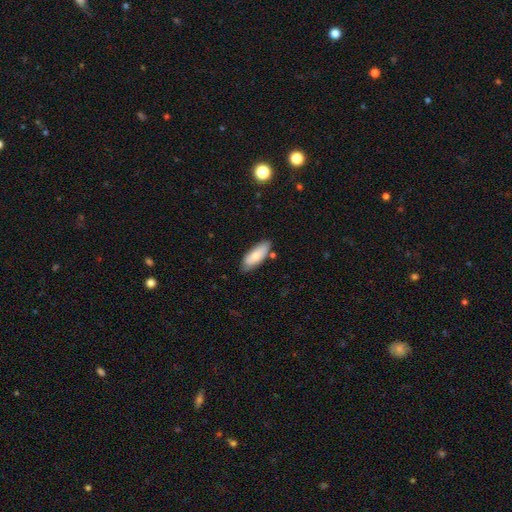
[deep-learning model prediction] This is likely a smooth galaxy (72%). How rounded: likely in between (79%). Merging: likely none (77%).